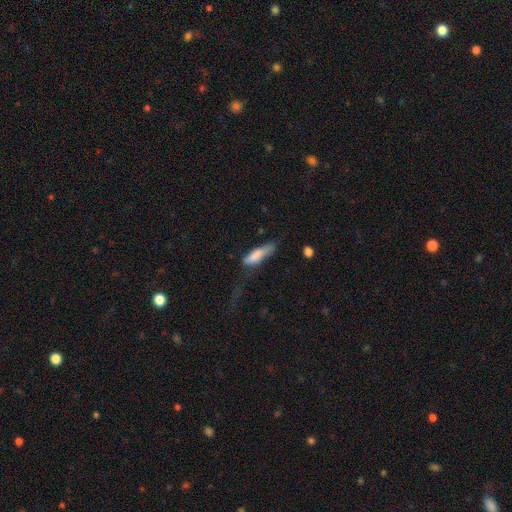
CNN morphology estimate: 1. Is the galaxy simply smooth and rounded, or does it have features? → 79% smooth, 14% featured or disk, 7% star or artifact.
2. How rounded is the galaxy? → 52% cigar-shaped, 46% in between, 2% round.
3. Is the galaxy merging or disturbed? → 35% minor disturbance, 34% none, 26% major disturbance, 4% merger.